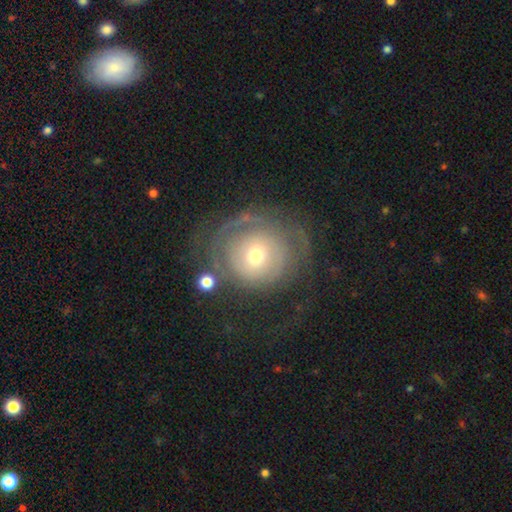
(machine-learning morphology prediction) smooth_or_featured: featured or disk (p=0.62) [alt: smooth p=0.30]
disk_edge_on: no (p=0.96) [alt: yes p=0.04]
bar: no (p=0.79) [alt: weak p=0.16]
has_spiral_arms: yes (p=0.66) [alt: no p=0.34]
bulge_size: moderate (p=0.53) [alt: small p=0.39]
merging: none (p=0.52) [alt: major disturbance p=0.24]